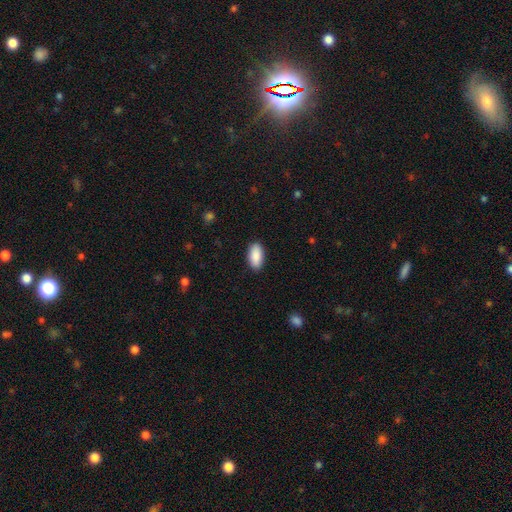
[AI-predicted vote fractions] Smooth or featured? Predicted: smooth (p=0.90). How rounded? Predicted: in between (p=0.93). Merging? Predicted: none (p=0.89).